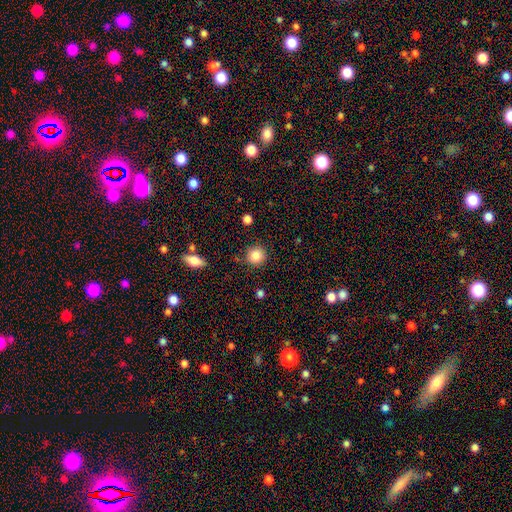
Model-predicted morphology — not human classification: smooth_or_featured: smooth (p=0.85) [alt: star or artifact p=0.09]
how_rounded: round (p=0.92) [alt: in between p=0.07]
merging: none (p=0.88) [alt: minor disturbance p=0.07]